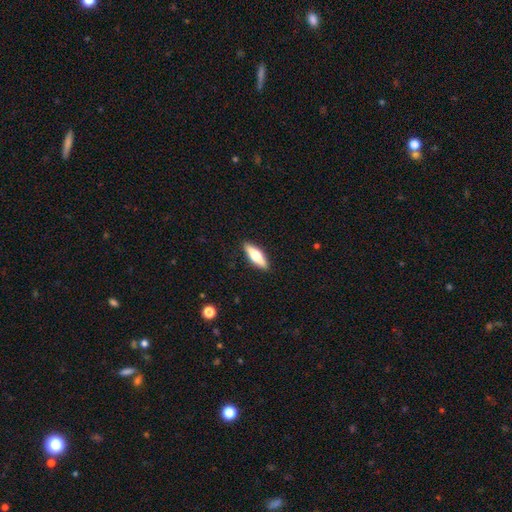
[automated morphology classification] type=smooth (61%); roundness=in between (50%); merging=none (90%).